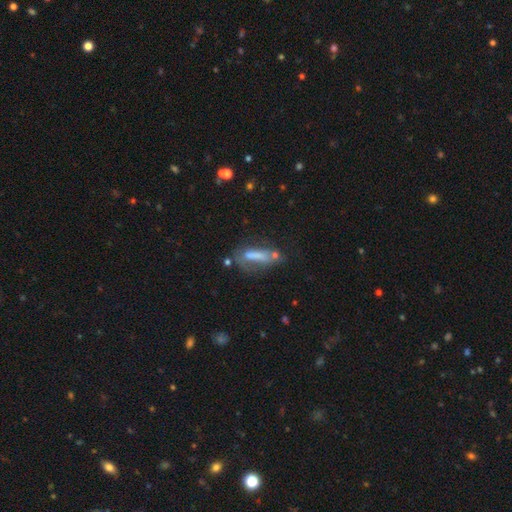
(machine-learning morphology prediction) Smooth or featured? Predicted: smooth (p=0.58). How rounded? Predicted: cigar-shaped (p=0.62). Merging? Predicted: none (p=0.36).